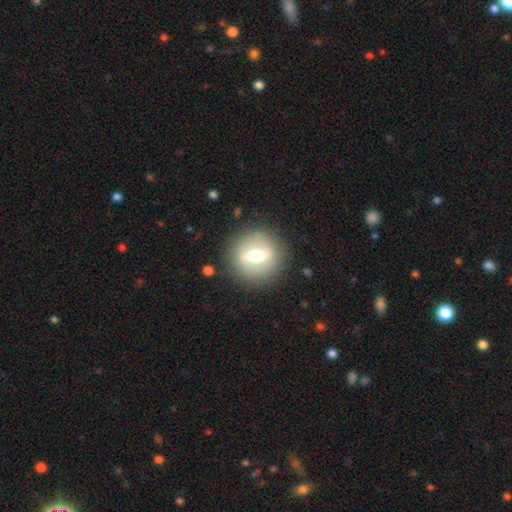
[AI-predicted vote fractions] featured or disk 51%, smooth 41%, star or artifact 8%. Down the decision tree: edge-on disk — no (80%); merging — none (84%).